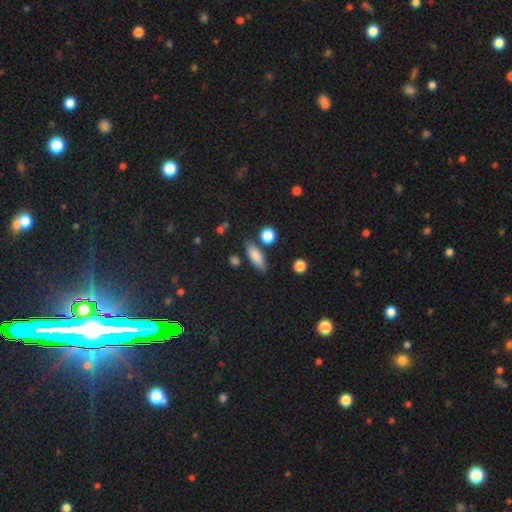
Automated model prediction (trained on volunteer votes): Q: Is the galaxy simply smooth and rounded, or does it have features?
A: smooth — 83%.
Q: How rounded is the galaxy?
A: in between — 62%.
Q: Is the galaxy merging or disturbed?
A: none — 80%.